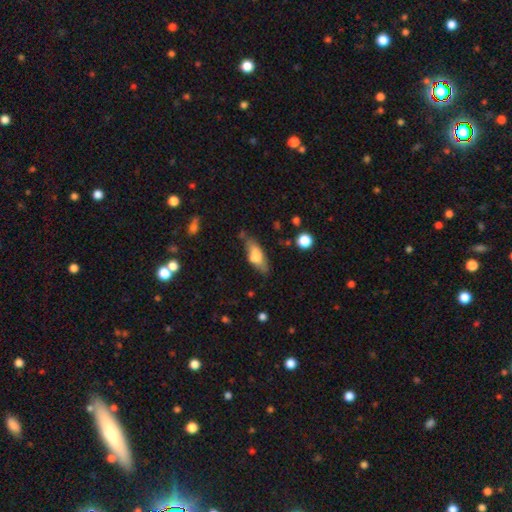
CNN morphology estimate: type=smooth (67%); roundness=in between (66%); merging=none (63%).